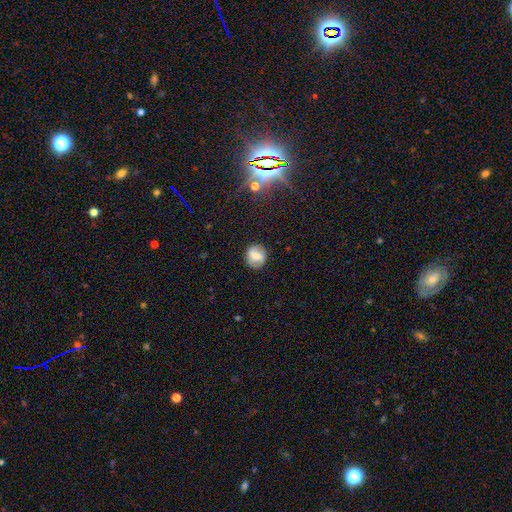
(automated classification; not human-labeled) Smooth or featured? Predicted: smooth (p=0.55). How rounded? Predicted: round (p=0.77). Merging? Predicted: none (p=0.84).